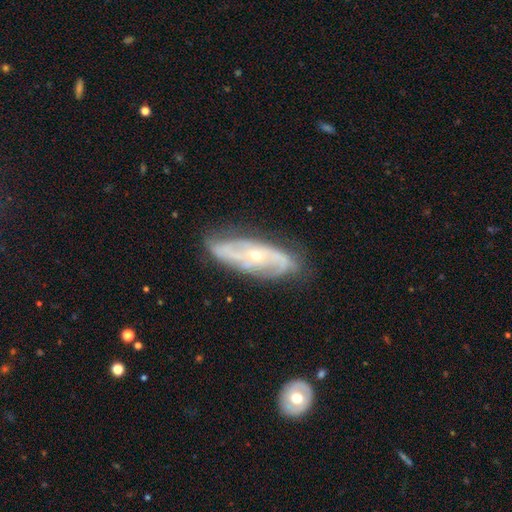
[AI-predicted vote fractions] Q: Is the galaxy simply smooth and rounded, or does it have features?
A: featured or disk — 82%.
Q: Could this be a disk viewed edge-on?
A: no — 87%.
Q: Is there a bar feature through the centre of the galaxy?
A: no — 69%.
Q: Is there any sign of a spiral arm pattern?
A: yes — 88%.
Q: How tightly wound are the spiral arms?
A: tight — 40%, tied with medium.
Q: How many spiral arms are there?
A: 2 — 57%.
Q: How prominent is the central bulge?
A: small — 62%.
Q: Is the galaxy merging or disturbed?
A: none — 71%.